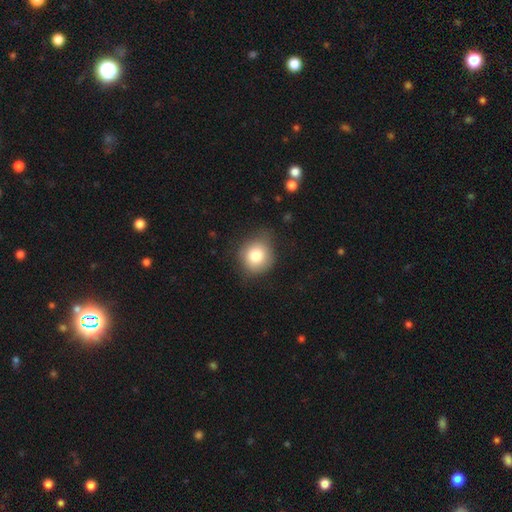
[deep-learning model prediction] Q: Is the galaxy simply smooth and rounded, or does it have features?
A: smooth — 81%.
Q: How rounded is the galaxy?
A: round — 83%.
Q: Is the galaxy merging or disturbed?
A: none — 70%.